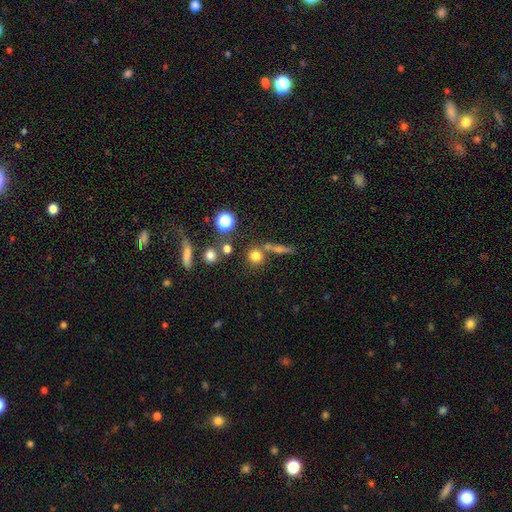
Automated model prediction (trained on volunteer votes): Smooth or featured: smooth — 74% (star or artifact — 16%)
How rounded: round — 88% (in between — 9%)
Merging: none — 67% (merger — 19%)